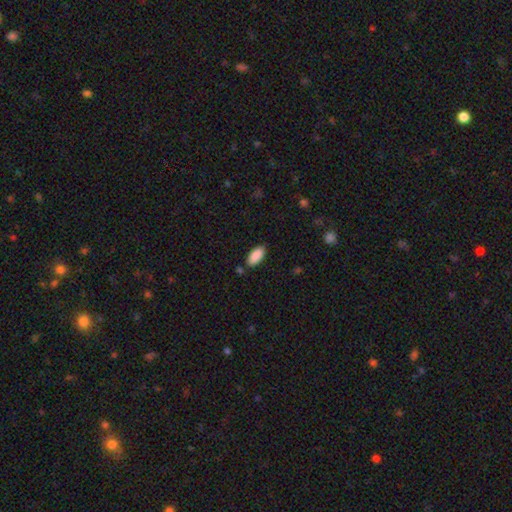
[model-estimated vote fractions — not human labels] Smooth or featured? smooth (90%)
How rounded? in between (92%)
Merging? none (84%)